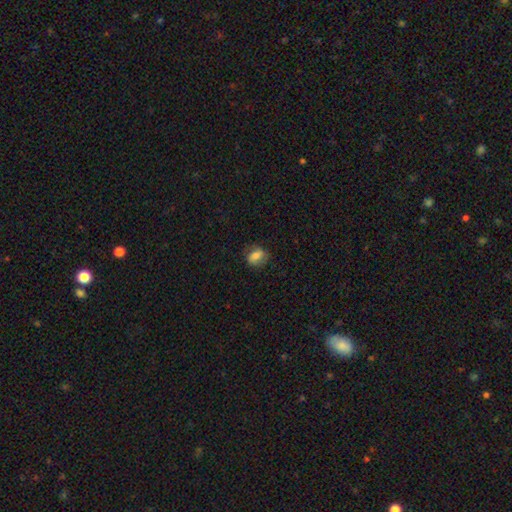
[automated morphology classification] A smooth galaxy with no disk features (72%) that is in between round and cigar-shaped (62%).

Vote fractions:
- Smooth or featured? smooth: 72% / featured or disk: 19% / star or artifact: 9%
- How rounded? in between: 62% / round: 35% / cigar-shaped: 3%
- Merging? none: 75% / minor disturbance: 18% / major disturbance: 6% / merger: 1%